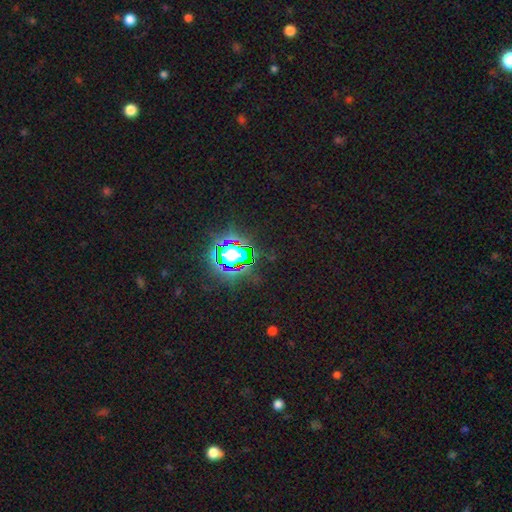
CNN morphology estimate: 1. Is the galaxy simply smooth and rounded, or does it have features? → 81% star or artifact, 12% smooth, 7% featured or disk.